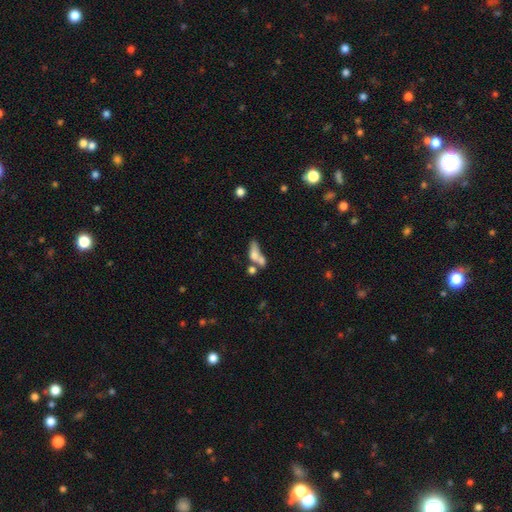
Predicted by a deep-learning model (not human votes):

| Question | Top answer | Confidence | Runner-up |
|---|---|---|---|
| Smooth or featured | smooth | 62% | featured or disk (26%) |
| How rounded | in between | 61% | cigar-shaped (27%) |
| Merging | merger | 54% | none (23%) |